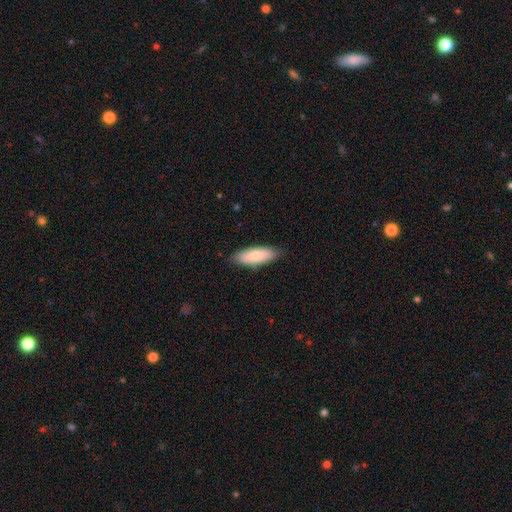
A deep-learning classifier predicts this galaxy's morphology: smooth-or-featured: smooth: 82% | featured or disk: 13% | star or artifact: 5%
  how-rounded: in between: 61% | cigar-shaped: 37% | round: 2%
  merging: none: 84% | minor disturbance: 13% | major disturbance: 2% | merger: 1%